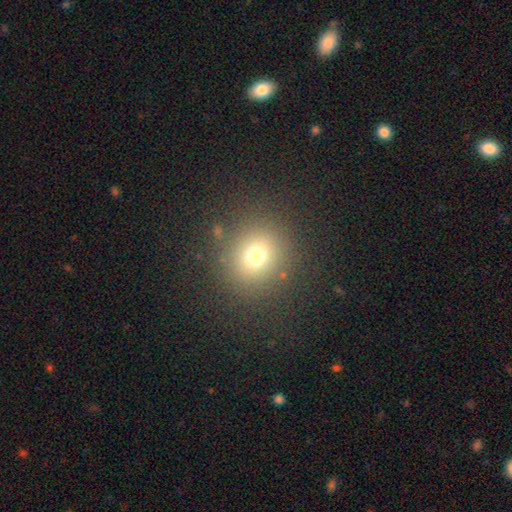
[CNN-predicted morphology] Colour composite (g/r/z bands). It shows a smooth galaxy with no disk features (72%) that is round (86%). Merging: none (85%).